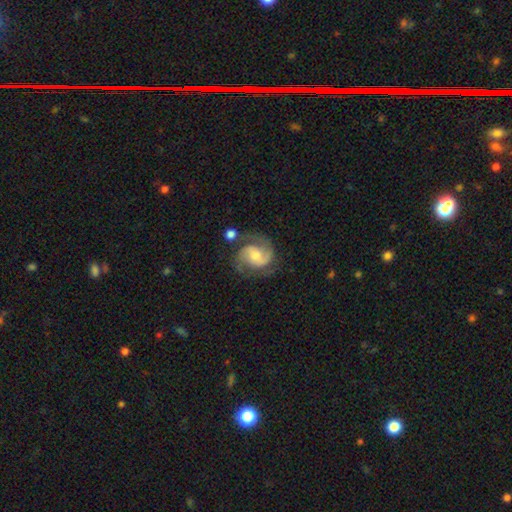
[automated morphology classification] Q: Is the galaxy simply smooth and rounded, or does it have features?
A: featured or disk — 85%.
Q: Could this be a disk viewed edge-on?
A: no — 98%.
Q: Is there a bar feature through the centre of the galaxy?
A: no — 54%.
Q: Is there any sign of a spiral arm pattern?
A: yes — 97%.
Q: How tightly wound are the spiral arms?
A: medium — 52%.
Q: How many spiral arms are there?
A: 2 — 83%.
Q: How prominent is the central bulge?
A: moderate — 49%.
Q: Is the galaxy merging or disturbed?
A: none — 69%.